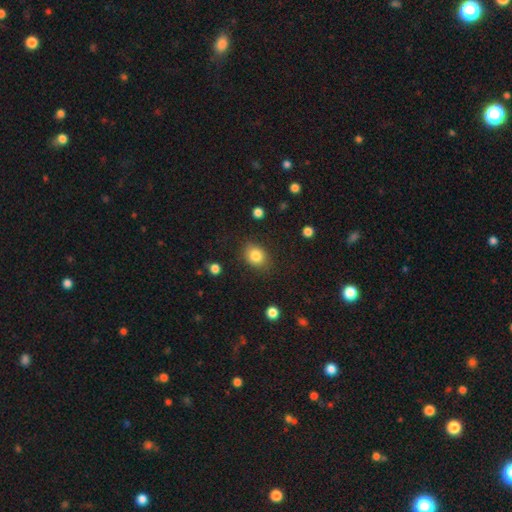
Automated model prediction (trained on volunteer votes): Overall: smooth (83%). How rounded: in between (51%; round 48%). Merging: none (81%).